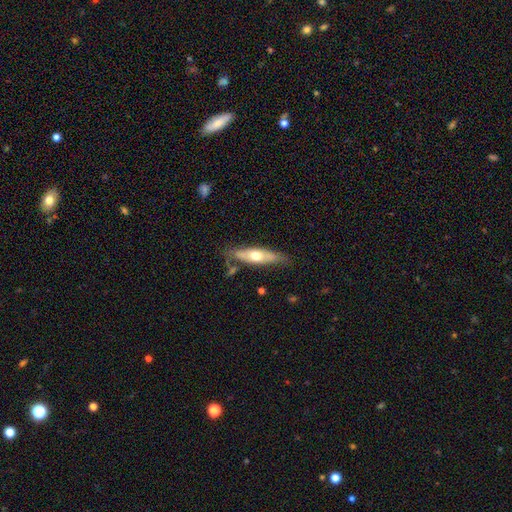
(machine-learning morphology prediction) Smooth or featured?
  - smooth: 49% *
  - featured or disk: 45%
  - star or artifact: 5%
Merging?
  - none: 72% *
  - minor disturbance: 18%
  - merger: 6%
  - major disturbance: 4%